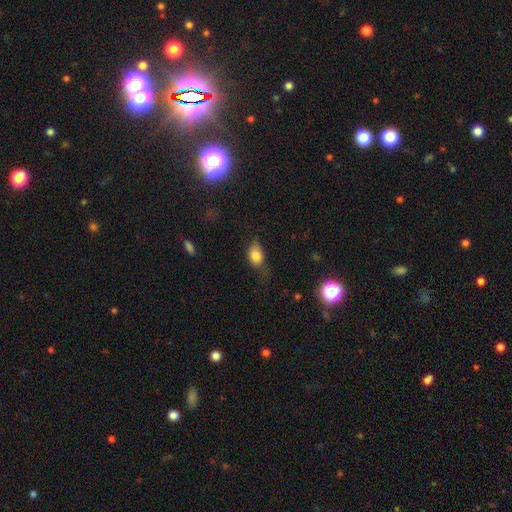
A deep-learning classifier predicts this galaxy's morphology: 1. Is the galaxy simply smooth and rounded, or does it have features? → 80% smooth, 10% featured or disk, 9% star or artifact.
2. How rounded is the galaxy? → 79% in between, 18% round, 3% cigar-shaped.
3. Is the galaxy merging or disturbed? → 44% none, 35% minor disturbance, 18% major disturbance, 2% merger.